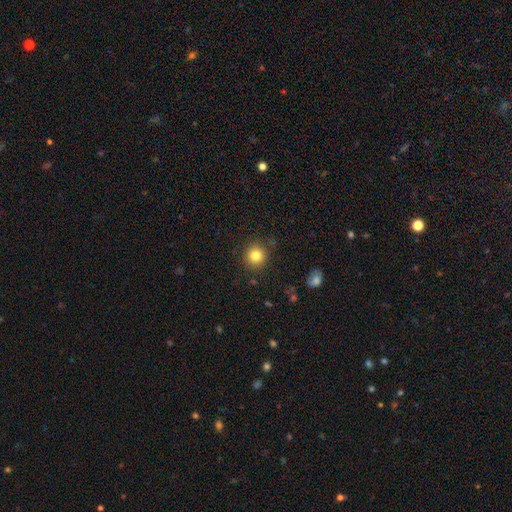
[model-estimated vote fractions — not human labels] Smooth or featured: smooth — 82% (star or artifact — 11%)
How rounded: round — 91% (in between — 8%)
Merging: none — 88% (minor disturbance — 8%)